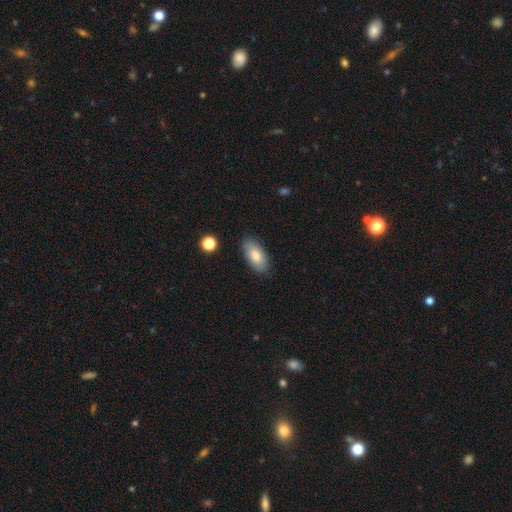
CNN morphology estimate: The model was most divided on "smooth or featured": smooth: 82%, featured or disk: 11%, star or artifact: 7%. More confident: how rounded — in between (91%); merging — none (85%).